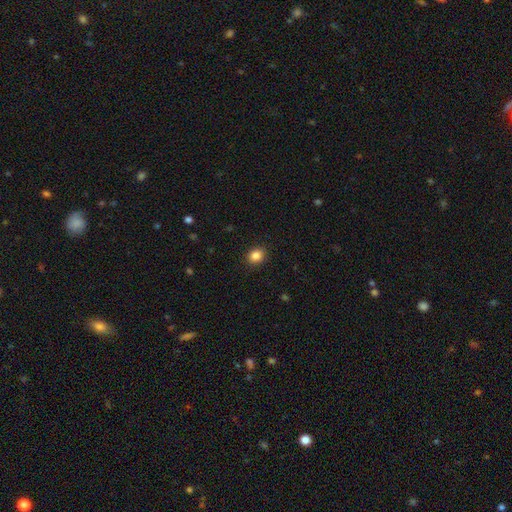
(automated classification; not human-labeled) The model was most divided on "how rounded": round: 68%, in between: 31%, cigar-shaped: 1%. More confident: merging — none (91%); smooth or featured — smooth (86%).